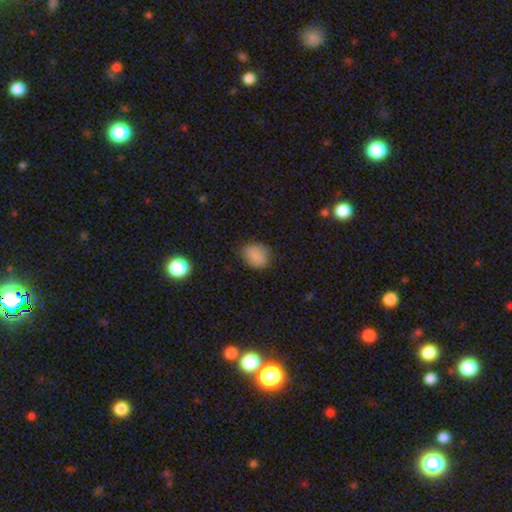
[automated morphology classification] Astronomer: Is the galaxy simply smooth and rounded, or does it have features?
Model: smooth — 80%.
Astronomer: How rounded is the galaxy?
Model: round — 50% (runner-up: in between, 49%).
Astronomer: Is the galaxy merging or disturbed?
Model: none — 76%.